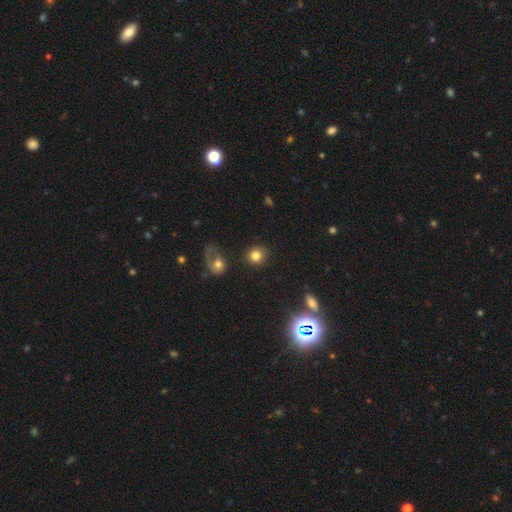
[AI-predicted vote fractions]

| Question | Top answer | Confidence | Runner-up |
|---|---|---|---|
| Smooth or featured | smooth | 79% | star or artifact (13%) |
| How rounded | round | 88% | in between (11%) |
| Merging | none | 84% | minor disturbance (8%) |